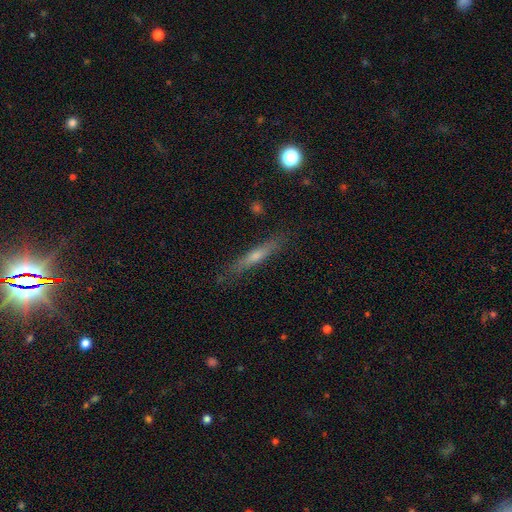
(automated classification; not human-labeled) A featured or disk galaxy (49%).

Vote fractions:
- Smooth or featured? featured or disk: 49% / smooth: 42% / star or artifact: 9%
- Merging? none: 84% / minor disturbance: 12% / major disturbance: 3% / merger: 2%